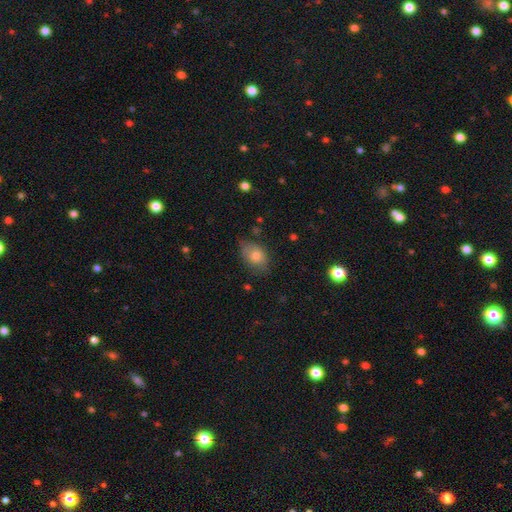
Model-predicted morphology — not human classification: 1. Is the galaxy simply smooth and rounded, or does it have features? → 76% smooth, 15% featured or disk, 9% star or artifact.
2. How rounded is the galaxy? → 79% in between, 19% round, 2% cigar-shaped.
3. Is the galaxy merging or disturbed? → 68% none, 25% minor disturbance, 5% major disturbance, 2% merger.